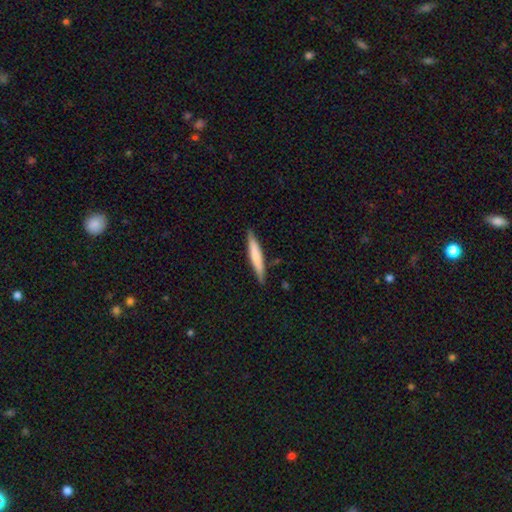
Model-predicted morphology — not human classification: A smooth galaxy with no disk features (64%) that is cigar-shaped (94%).

Vote fractions:
- Smooth or featured? smooth: 64% / featured or disk: 31% / star or artifact: 5%
- How rounded? cigar-shaped: 94% / in between: 5% / round: 1%
- Merging? none: 87% / minor disturbance: 10% / major disturbance: 2% / merger: 1%